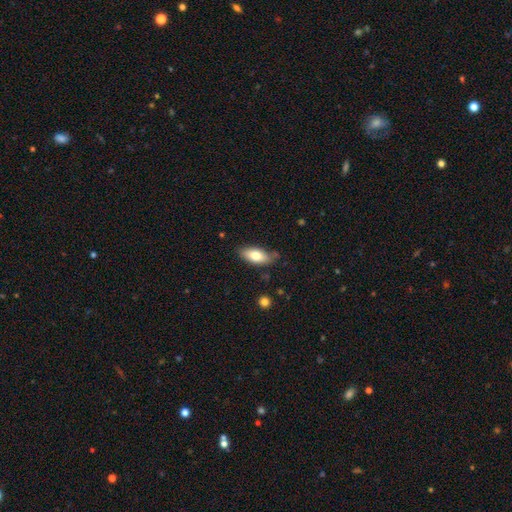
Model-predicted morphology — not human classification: smooth 76%, featured or disk 17%, star or artifact 7%. Down the decision tree: how rounded — in between (85%); merging — none (74%).